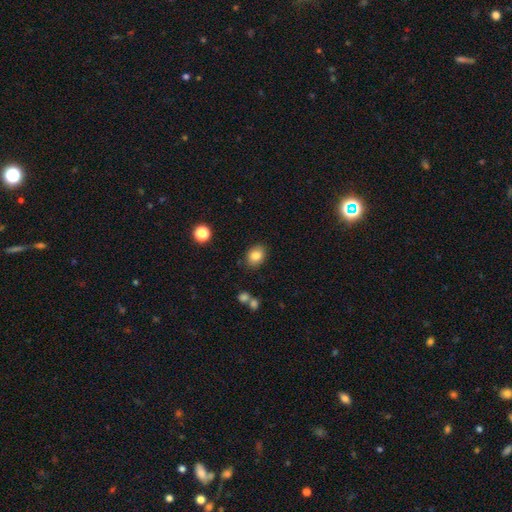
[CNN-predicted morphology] The model was most divided on "how rounded": in between: 52%, round: 47%, cigar-shaped: 1%. More confident: merging — none (85%); smooth or featured — smooth (83%).